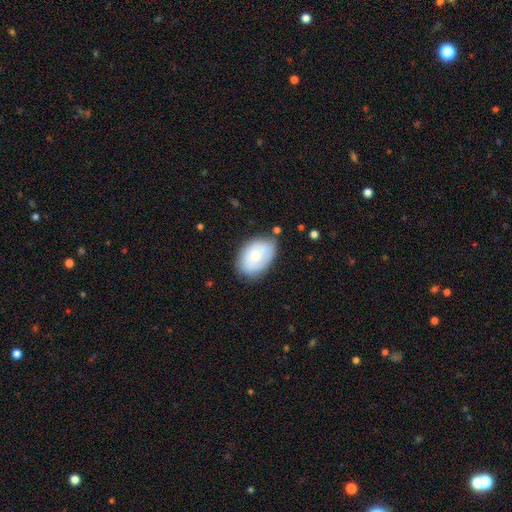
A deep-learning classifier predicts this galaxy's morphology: type=smooth (67%); roundness=in between (86%); merging=none (70%).